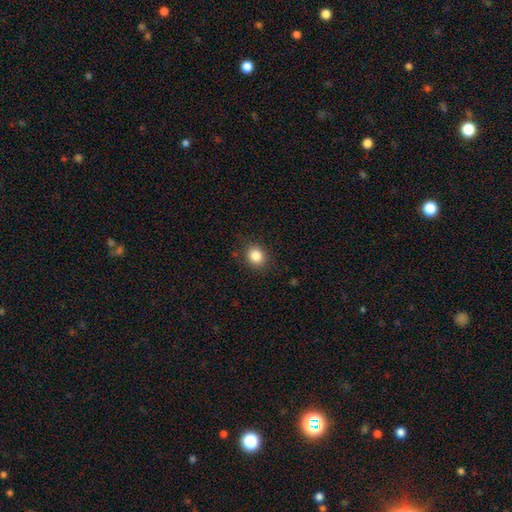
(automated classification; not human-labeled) Overall: smooth (84%). How rounded: round (66%; in between 34%). Merging: none (85%).